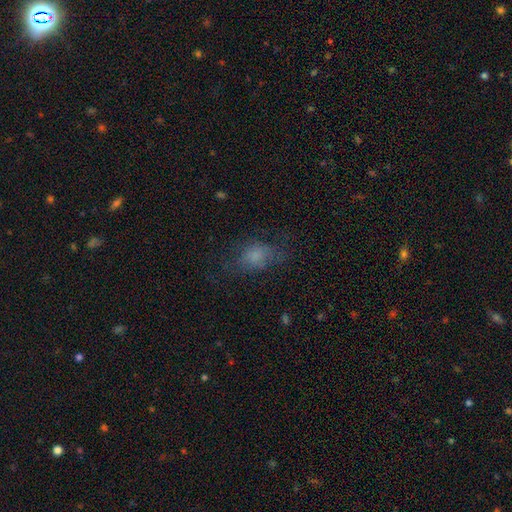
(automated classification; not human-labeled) smooth_or_featured: smooth (p=0.68) [alt: featured or disk p=0.17]
how_rounded: in between (p=0.72) [alt: round p=0.25]
merging: none (p=0.54) [alt: minor disturbance p=0.23]